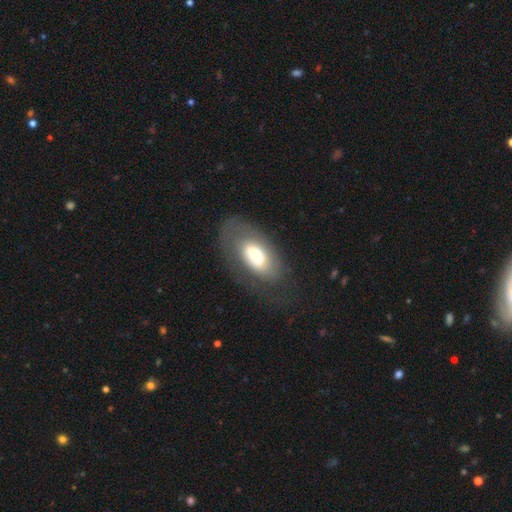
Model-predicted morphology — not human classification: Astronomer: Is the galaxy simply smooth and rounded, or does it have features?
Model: smooth — 53% (runner-up: featured or disk, 39%).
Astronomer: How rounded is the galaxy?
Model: in between — 91%.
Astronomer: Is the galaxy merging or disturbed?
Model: none — 55%.